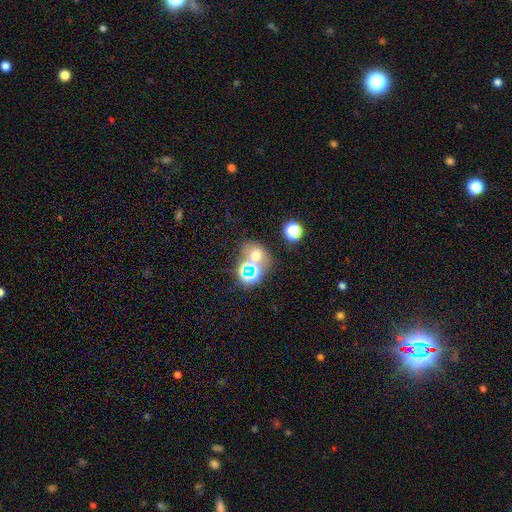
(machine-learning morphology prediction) A smooth galaxy with no disk features (58%) that is round (58%).

Vote fractions:
- Smooth or featured? smooth: 58% / star or artifact: 29% / featured or disk: 13%
- How rounded? round: 58% / in between: 41% / cigar-shaped: 1%
- Merging? none: 56% / merger: 29% / minor disturbance: 10% / major disturbance: 5%